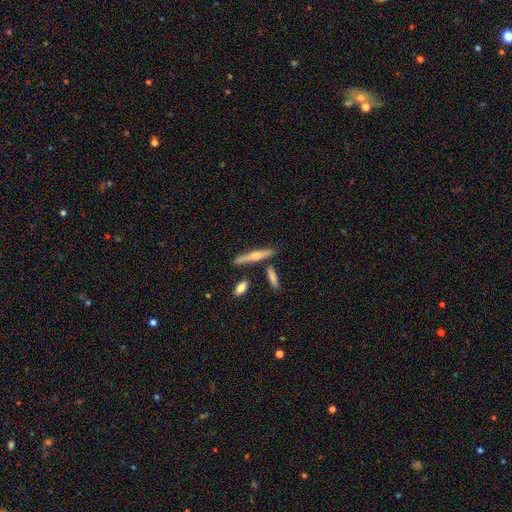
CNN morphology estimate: This is possibly a featured or disk galaxy (52%). It is clearly viewed edge-on (95%). Merging: likely none (77%).